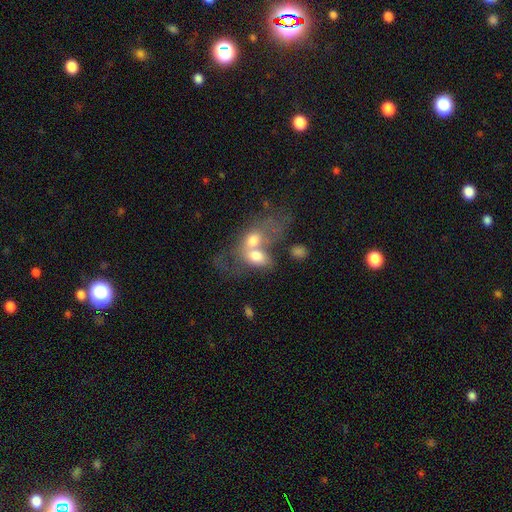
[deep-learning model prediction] smooth-or-featured: smooth: 64% | featured or disk: 27% | star or artifact: 10%
  how-rounded: in between: 75% | round: 22% | cigar-shaped: 3%
  merging: merger: 73% | none: 11% | major disturbance: 10% | minor disturbance: 6%